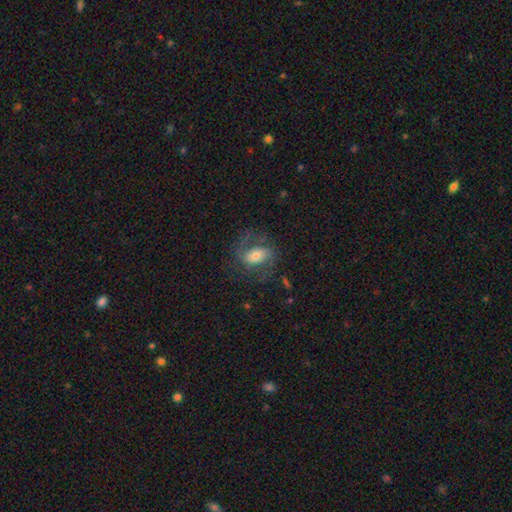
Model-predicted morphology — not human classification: This appears to be a featured or disk galaxy (67%) with no bar (41%), 2 (82%) medium (52%) spiral arms (88%) and a moderate central bulge (52%). Merging: none (63%).